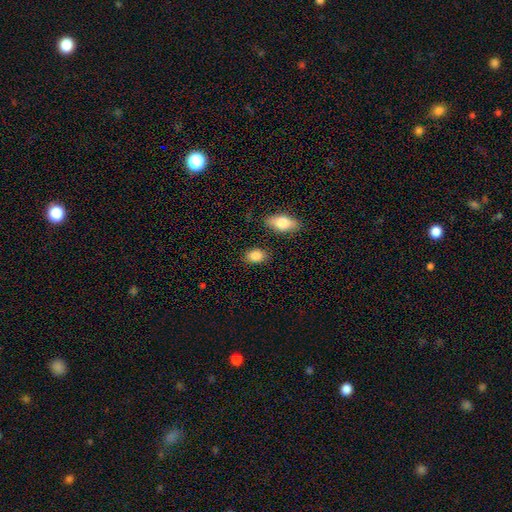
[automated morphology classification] smooth_or_featured: smooth (p=0.87) [alt: star or artifact p=0.07]
how_rounded: in between (p=0.78) [alt: round p=0.20]
merging: none (p=0.83) [alt: minor disturbance p=0.10]